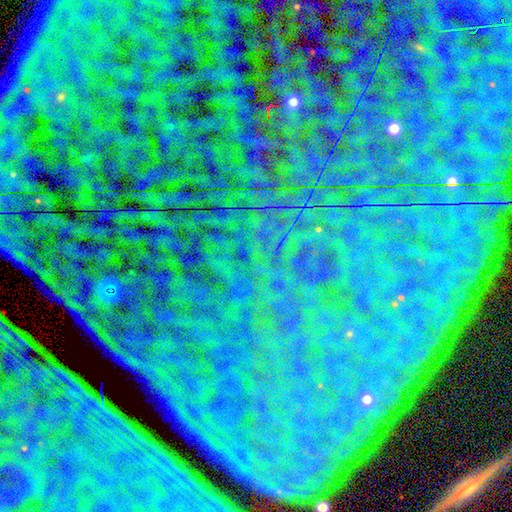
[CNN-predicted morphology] Q: Smooth or featured?
A: star or artifact (86%); runner-up: featured or disk (7%)